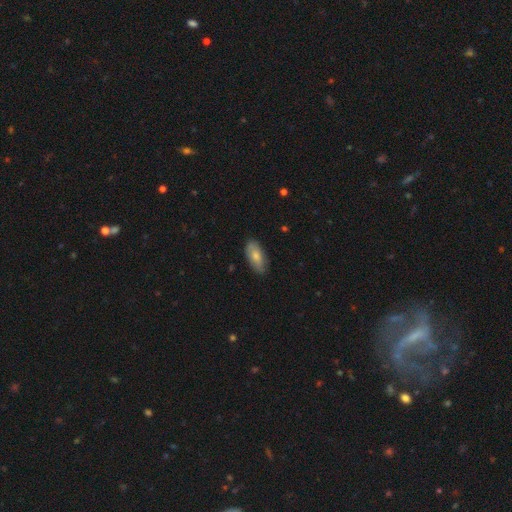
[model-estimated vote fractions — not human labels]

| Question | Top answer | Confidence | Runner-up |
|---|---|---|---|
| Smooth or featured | smooth | 72% | featured or disk (22%) |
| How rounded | in between | 89% | cigar-shaped (9%) |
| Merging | none | 82% | minor disturbance (15%) |